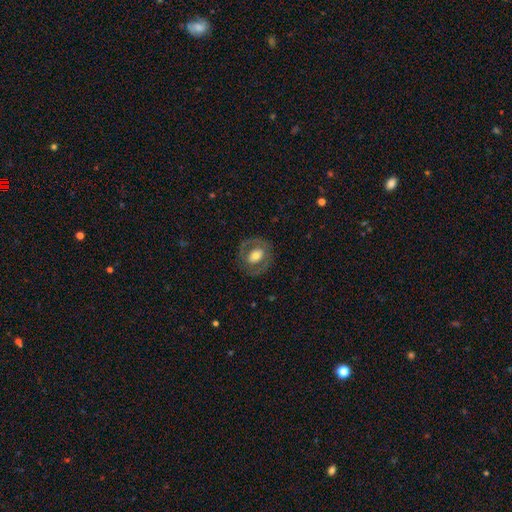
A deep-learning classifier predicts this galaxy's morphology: Smooth or featured? featured or disk (51%)
Edge-on disk? no (94%)
Merging? none (77%)